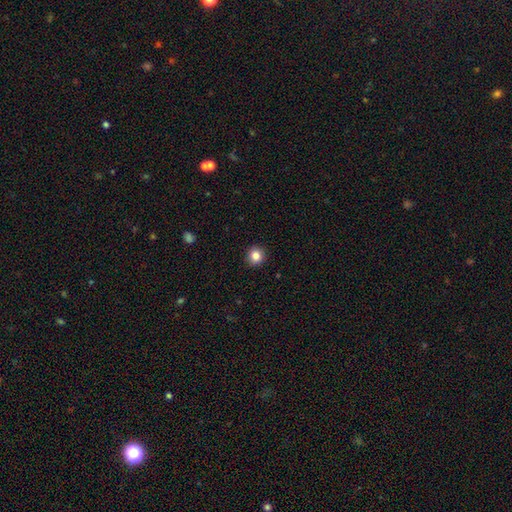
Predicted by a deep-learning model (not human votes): Overall: smooth (84%). How rounded: round (90%). Merging: none (92%).